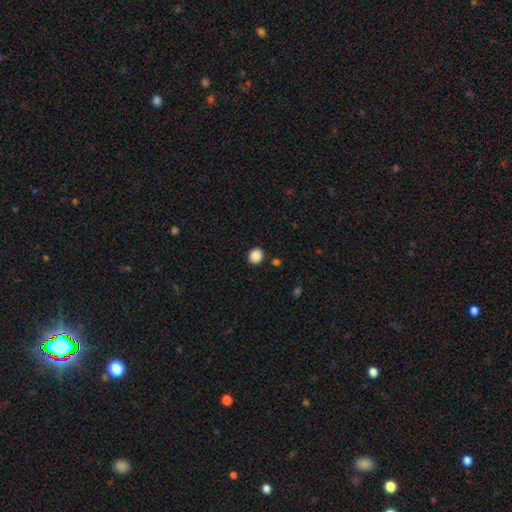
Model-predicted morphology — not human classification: Smooth or featured? smooth (88%)
How rounded? round (73%)
Merging? none (88%)